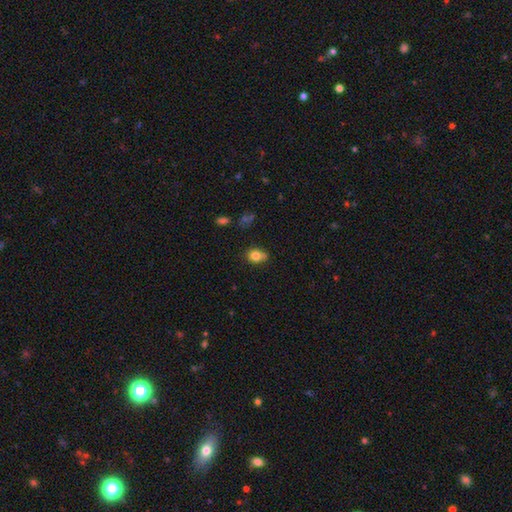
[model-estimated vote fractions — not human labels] The model was most divided on "how rounded": round: 51%, in between: 48%, cigar-shaped: 1%. More confident: smooth or featured — smooth (81%); merging — none (60%).